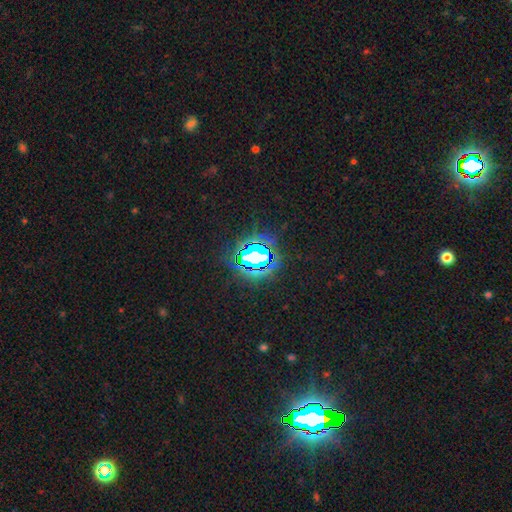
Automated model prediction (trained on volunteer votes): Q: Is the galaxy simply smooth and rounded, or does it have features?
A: star or artifact — 78%.